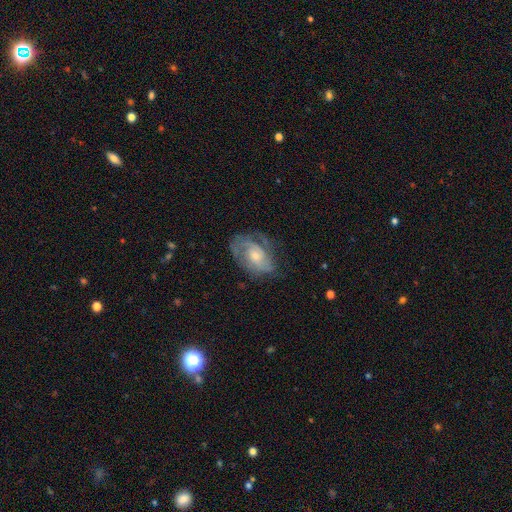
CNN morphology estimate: Overall: featured or disk (72%). Edge-on disk: no (96%). Bar: no (69%). Spiral arms: yes (87%). Spiral arm count: 2 (45%; can't tell 29%). Spiral winding: tight (46%; medium 39%). Bulge size: small (45%, tied with moderate). Merging: none (59%; minor disturbance 25%).